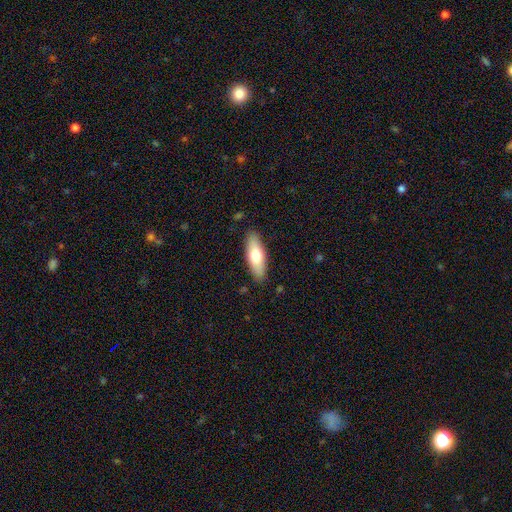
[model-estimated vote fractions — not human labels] Overall: smooth (68%). How rounded: in between (62%; cigar-shaped 35%). Merging: none (87%).